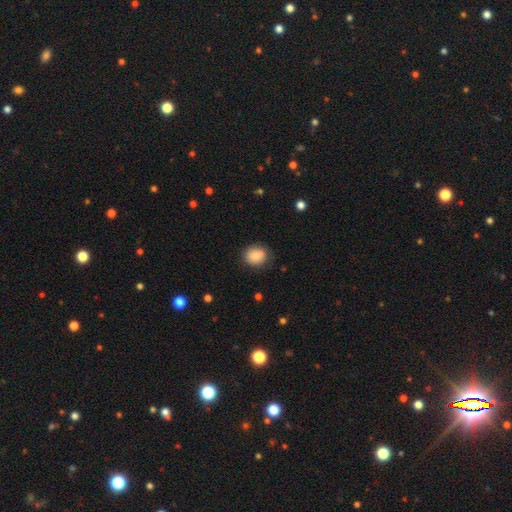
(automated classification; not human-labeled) Morphology: type=smooth (87%); roundness=round (61%); merging=none (81%).